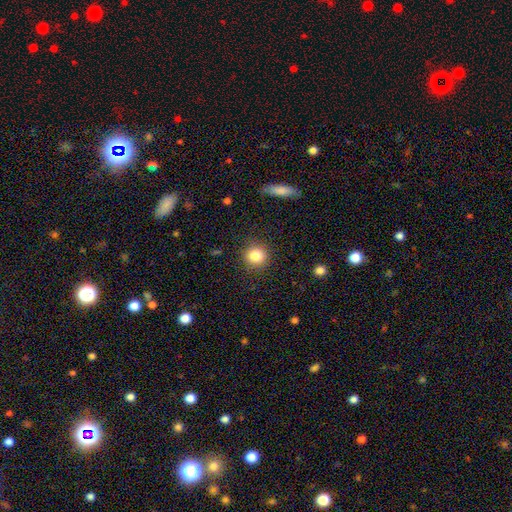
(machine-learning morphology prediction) Overall: smooth (84%). How rounded: round (90%). Merging: none (89%).